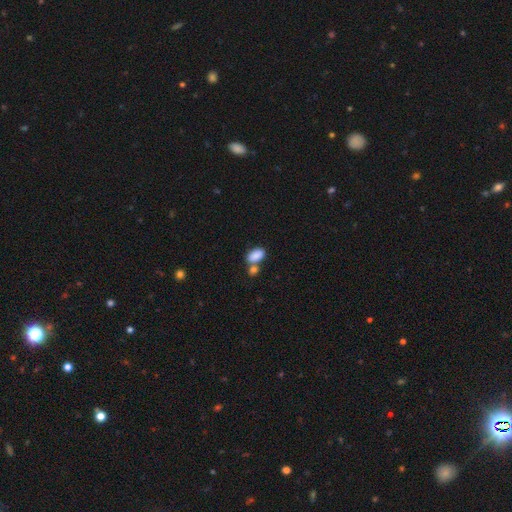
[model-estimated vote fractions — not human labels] This is clearly a smooth galaxy (86%). How rounded: clearly in between (91%). Merging: marginally none (44%).